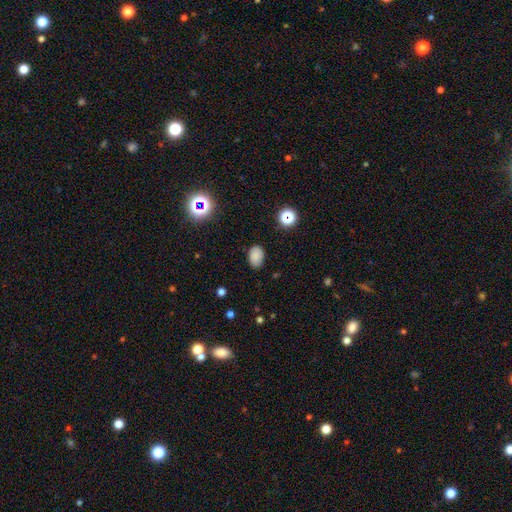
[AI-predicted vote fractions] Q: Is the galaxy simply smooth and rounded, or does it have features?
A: smooth — 82%.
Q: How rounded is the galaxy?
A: in between — 83%.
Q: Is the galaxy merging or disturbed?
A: none — 83%.